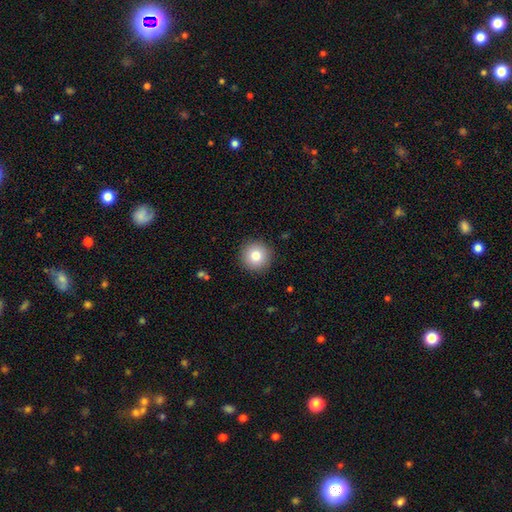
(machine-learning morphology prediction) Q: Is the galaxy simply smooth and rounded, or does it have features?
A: smooth — 81%.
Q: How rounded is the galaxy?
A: round — 96%.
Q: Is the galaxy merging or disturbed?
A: none — 91%.